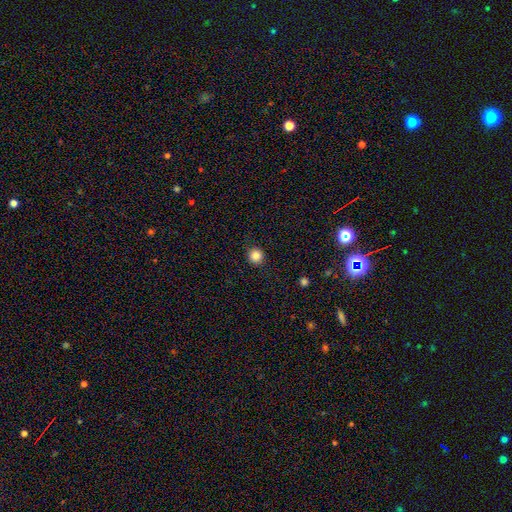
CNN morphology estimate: smooth-or-featured: smooth: 85% | star or artifact: 11% | featured or disk: 4%
  how-rounded: round: 94% | in between: 6% | cigar-shaped: 1%
  merging: none: 91% | minor disturbance: 6% | major disturbance: 2% | merger: 1%